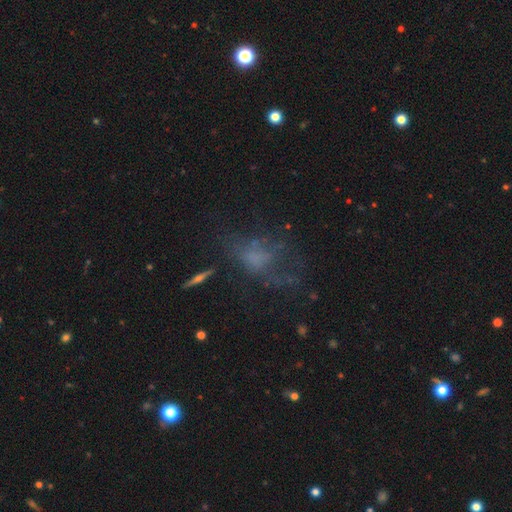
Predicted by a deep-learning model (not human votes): Smooth or featured: featured or disk — 38% (smooth — 37%)
Merging: none — 41% (major disturbance — 36%)